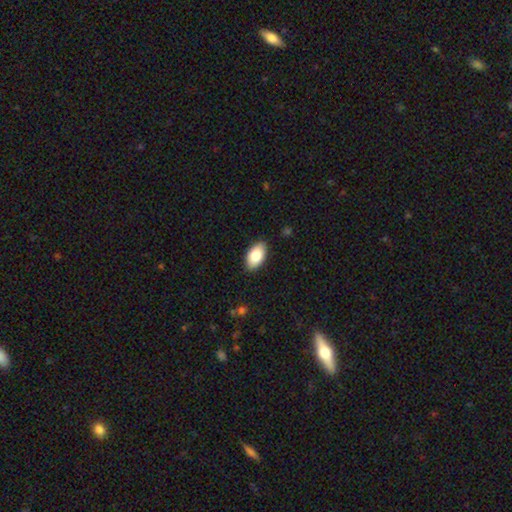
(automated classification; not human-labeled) smooth 83%, featured or disk 11%, star or artifact 6%. Down the decision tree: how rounded — in between (94%); merging — none (88%).